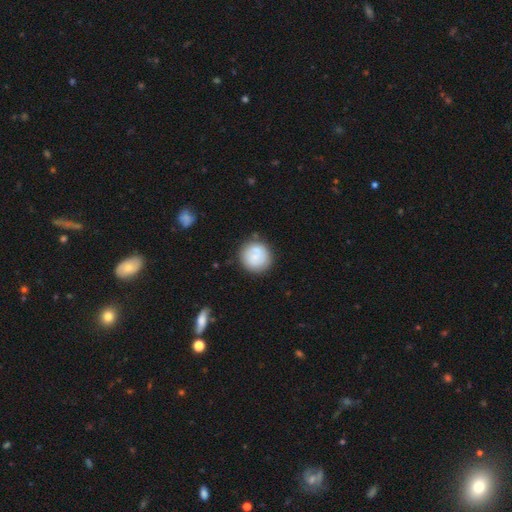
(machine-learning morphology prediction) A smooth galaxy with no disk features (68%) that is round (93%). Merging: none (77%).